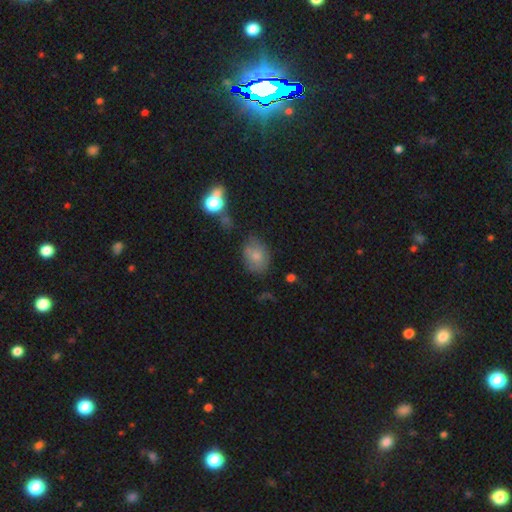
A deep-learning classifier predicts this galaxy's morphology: smooth-or-featured: smooth: 75% | featured or disk: 14% | star or artifact: 10%
  how-rounded: in between: 69% | round: 30% | cigar-shaped: 1%
  merging: none: 63% | minor disturbance: 25% | major disturbance: 8% | merger: 5%